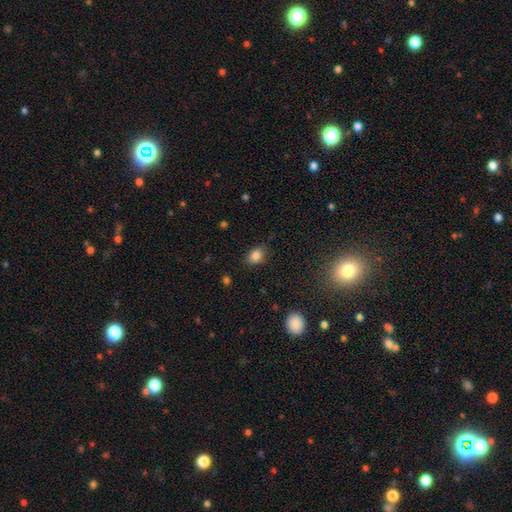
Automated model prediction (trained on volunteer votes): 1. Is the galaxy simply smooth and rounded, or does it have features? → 84% smooth, 11% star or artifact, 6% featured or disk.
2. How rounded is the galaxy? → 71% in between, 28% round, 1% cigar-shaped.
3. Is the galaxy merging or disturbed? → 82% none, 13% minor disturbance, 3% major disturbance, 1% merger.